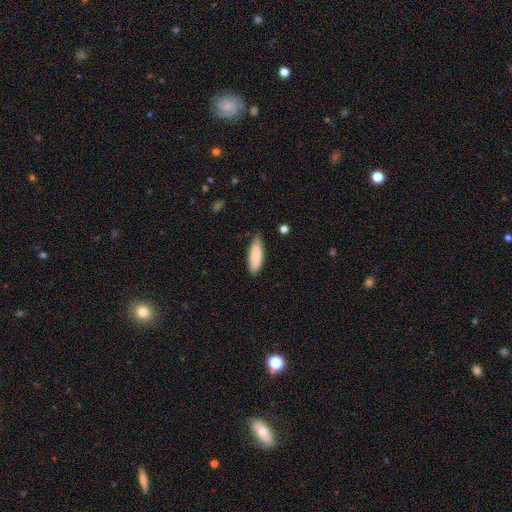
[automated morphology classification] smooth-or-featured: smooth: 83% | featured or disk: 11% | star or artifact: 6%
  how-rounded: in between: 59% | cigar-shaped: 39% | round: 2%
  merging: none: 77% | minor disturbance: 19% | major disturbance: 3% | merger: 1%